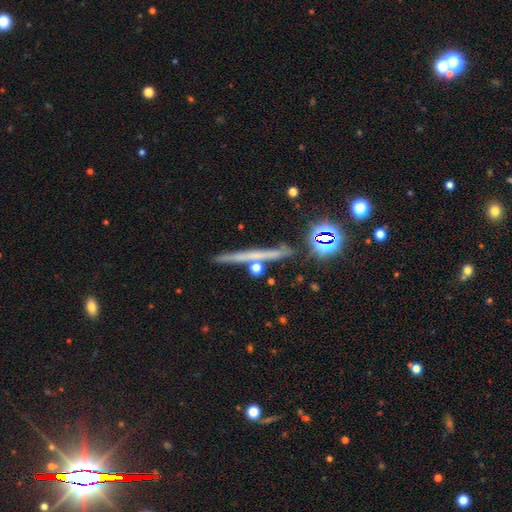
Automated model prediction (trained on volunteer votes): This appears to be a featured or disk galaxy (49%). Merging: none (81%).